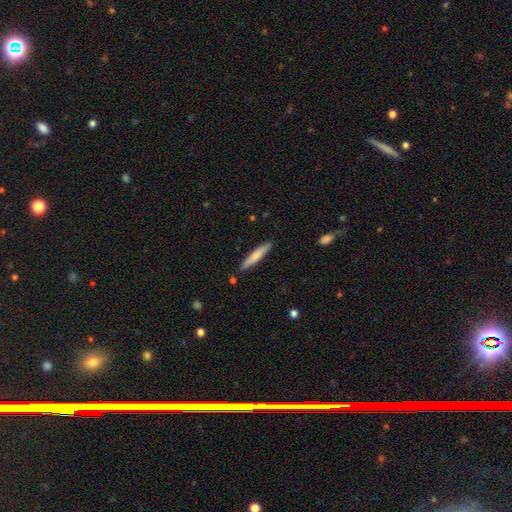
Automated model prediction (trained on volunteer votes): smooth 71%, featured or disk 24%, star or artifact 6%. Down the decision tree: how rounded — cigar-shaped (91%); merging — none (87%).